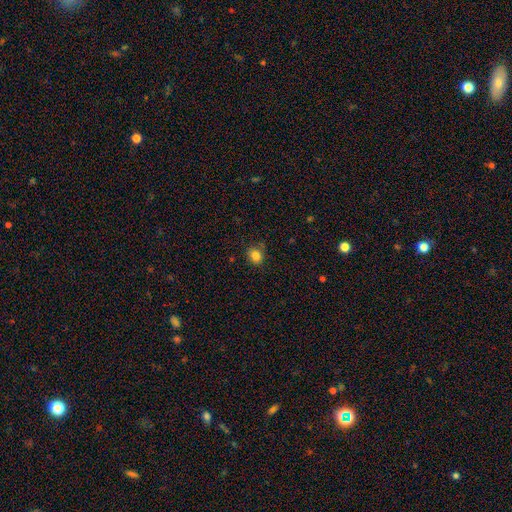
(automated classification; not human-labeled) The model was most divided on "how rounded": round: 58%, in between: 41%, cigar-shaped: 1%. More confident: smooth or featured — smooth (84%); merging — none (80%).